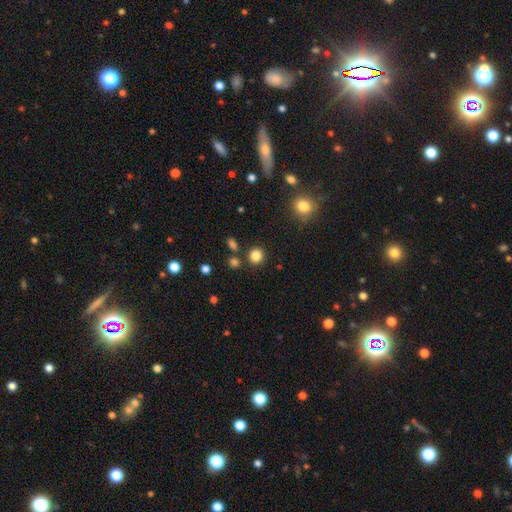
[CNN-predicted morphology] type=smooth (83%); roundness=round (89%); merging=none (84%).